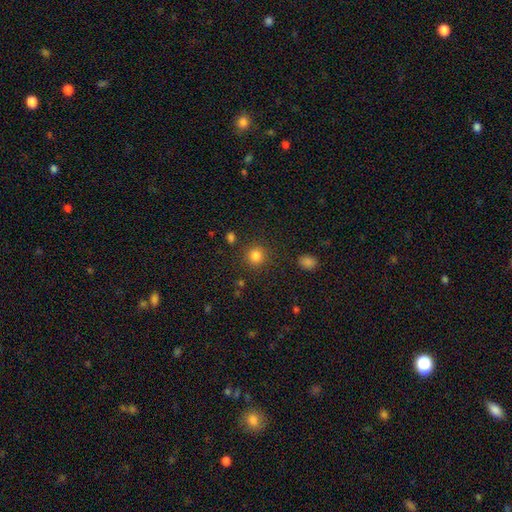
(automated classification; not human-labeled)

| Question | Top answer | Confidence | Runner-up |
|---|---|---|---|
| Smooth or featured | smooth | 84% | star or artifact (12%) |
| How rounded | round | 90% | in between (9%) |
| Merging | none | 86% | minor disturbance (8%) |